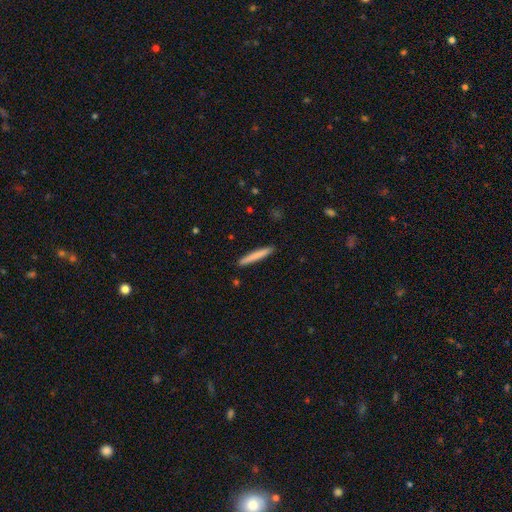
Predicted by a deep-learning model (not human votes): Smooth or featured? smooth (78%)
How rounded? cigar-shaped (96%)
Merging? none (91%)